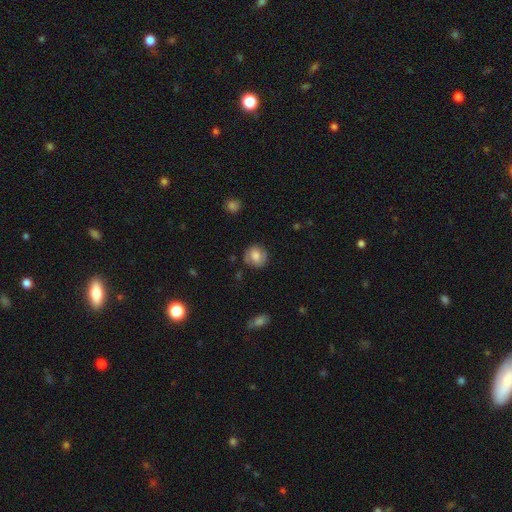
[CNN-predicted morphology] This appears to be a smooth galaxy with no disk features (67%) that is round (81%). Merging: none (77%).